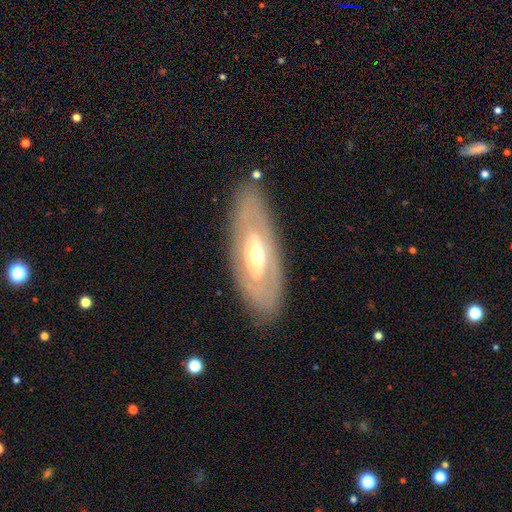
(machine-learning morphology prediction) Q: Smooth or featured?
A: featured or disk (67%); runner-up: smooth (27%)
Q: Edge-on disk?
A: no (79%); runner-up: yes (21%)
Q: Bar?
A: no (58%); runner-up: weak (25%)
Q: Spiral arms?
A: no (74%); runner-up: yes (26%)
Q: Bulge size?
A: moderate (67%); runner-up: small (17%)
Q: Merging?
A: none (83%); runner-up: minor disturbance (11%)